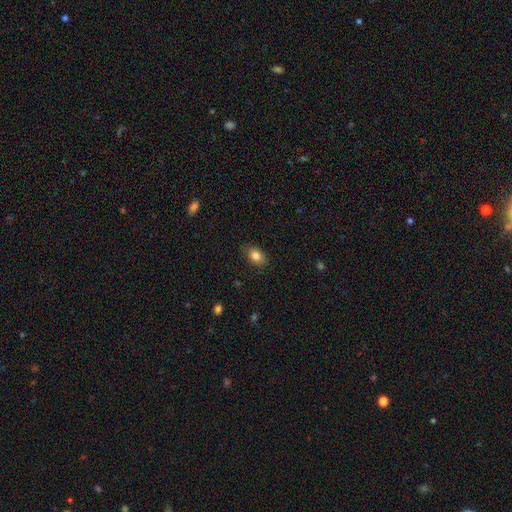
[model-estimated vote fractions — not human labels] smooth-or-featured: smooth: 84% | star or artifact: 9% | featured or disk: 7%
  how-rounded: in between: 81% | round: 17% | cigar-shaped: 2%
  merging: none: 83% | minor disturbance: 13% | major disturbance: 3% | merger: 1%